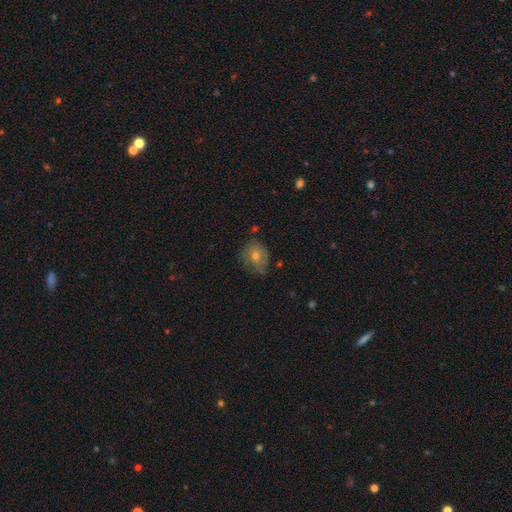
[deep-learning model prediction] This is possibly a smooth galaxy (55%). How rounded: likely round (68%). Merging: likely none (66%).